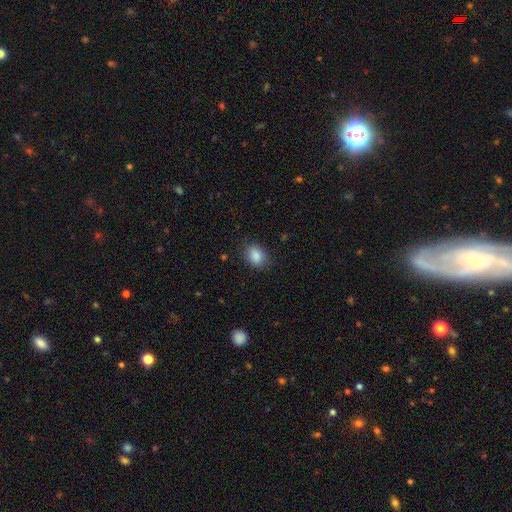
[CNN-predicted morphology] Smooth or featured: smooth — 87% (star or artifact — 8%)
How rounded: in between — 74% (round — 24%)
Merging: none — 83% (minor disturbance — 13%)